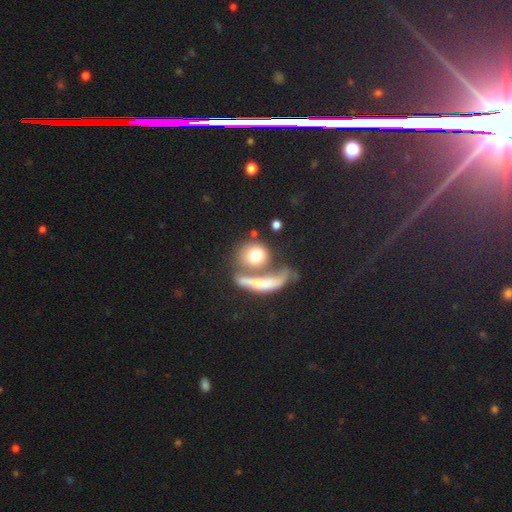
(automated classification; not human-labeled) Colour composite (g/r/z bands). It shows a smooth galaxy with no disk features (69%) that is round (72%). Merging: merger (43%).